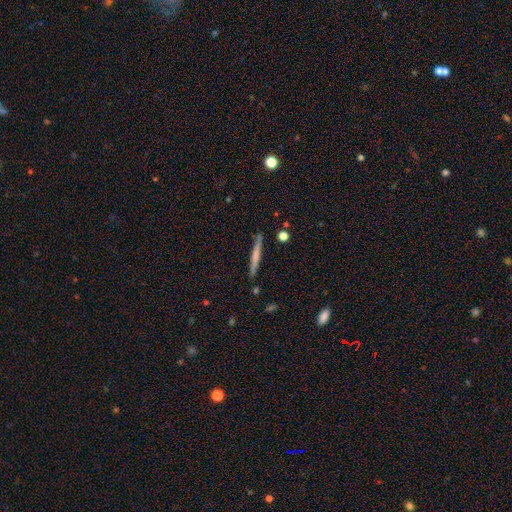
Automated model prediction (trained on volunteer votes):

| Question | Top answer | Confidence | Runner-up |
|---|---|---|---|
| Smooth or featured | smooth | 54% | featured or disk (40%) |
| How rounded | cigar-shaped | 96% | in between (2%) |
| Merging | none | 89% | minor disturbance (8%) |